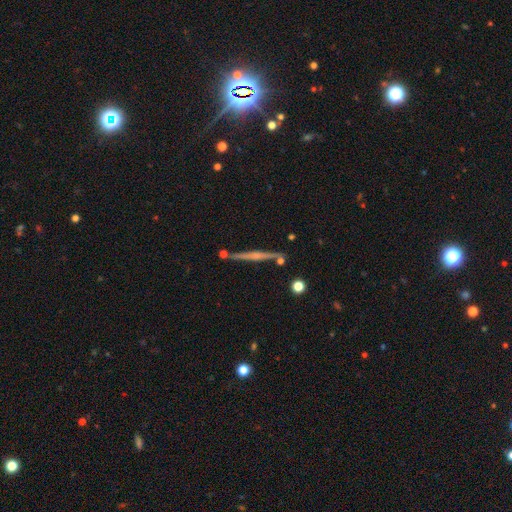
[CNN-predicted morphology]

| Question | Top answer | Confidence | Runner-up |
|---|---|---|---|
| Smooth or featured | featured or disk | 70% | smooth (23%) |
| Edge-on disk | yes | 98% | no (2%) |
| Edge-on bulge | rounded | 46% | none (40%) |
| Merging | none | 86% | minor disturbance (8%) |